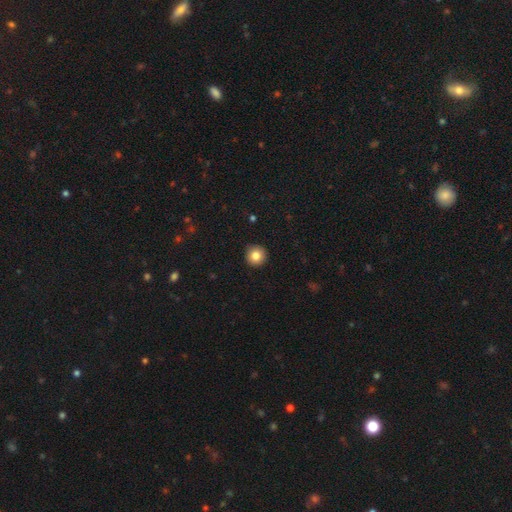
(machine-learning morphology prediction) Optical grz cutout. It shows a smooth galaxy with no disk features (84%) that is round (95%). Merging: none (92%).